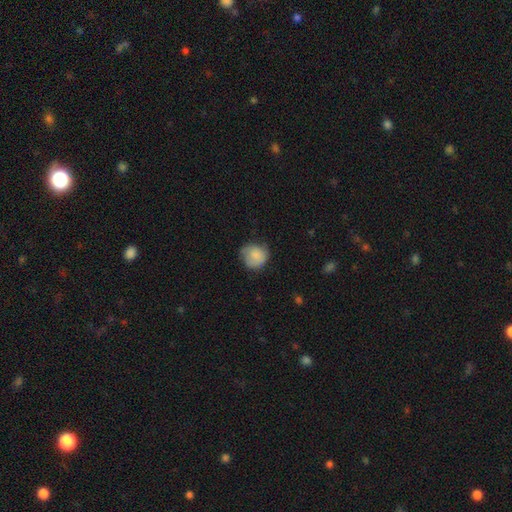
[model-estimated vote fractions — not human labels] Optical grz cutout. It shows a smooth galaxy with no disk features (81%) that is round (85%). Merging: none (61%).